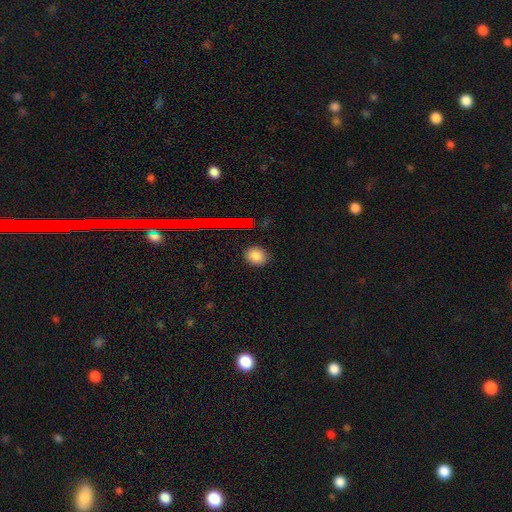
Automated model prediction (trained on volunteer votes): Overall: smooth (82%). How rounded: round (56%; in between 42%). Merging: none (87%).